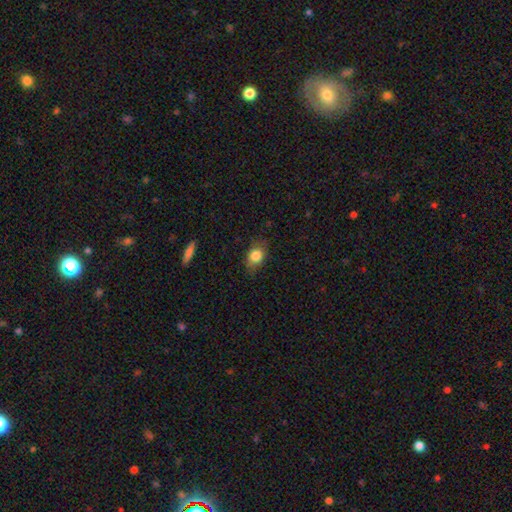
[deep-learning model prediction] smooth-or-featured: smooth: 82% | featured or disk: 9% | star or artifact: 8%
  how-rounded: in between: 68% | round: 30% | cigar-shaped: 2%
  merging: none: 76% | minor disturbance: 19% | major disturbance: 4% | merger: 1%